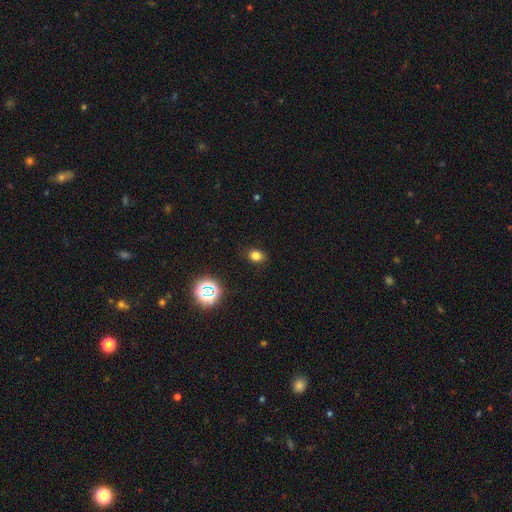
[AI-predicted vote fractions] smooth-or-featured: smooth: 75% | star or artifact: 18% | featured or disk: 6%
  how-rounded: in between: 55% | round: 44% | cigar-shaped: 1%
  merging: none: 85% | minor disturbance: 11% | major disturbance: 3% | merger: 1%